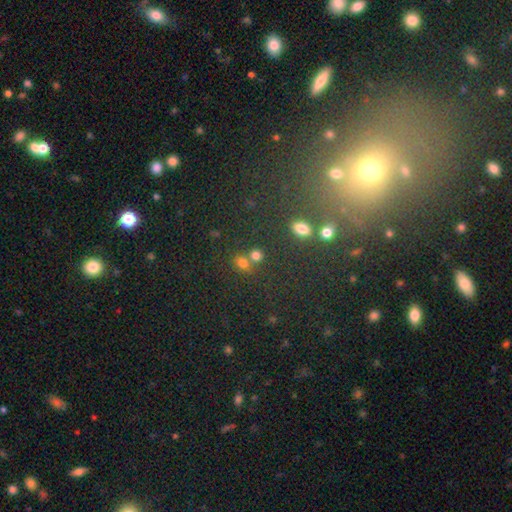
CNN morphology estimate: A smooth galaxy with no disk features (72%) that is round (68%). Merging: none (52%).